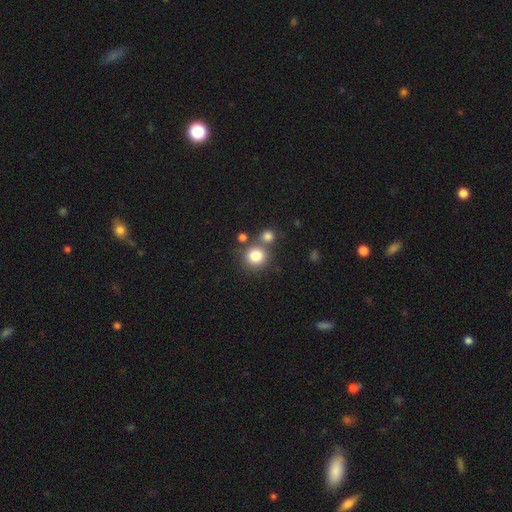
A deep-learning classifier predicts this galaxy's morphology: A smooth galaxy with no disk features (80%) that is round (89%).

Vote fractions:
- Smooth or featured? smooth: 80% / star or artifact: 12% / featured or disk: 8%
- How rounded? round: 89% / in between: 10% / cigar-shaped: 1%
- Merging? none: 63% / merger: 24% / minor disturbance: 9% / major disturbance: 4%